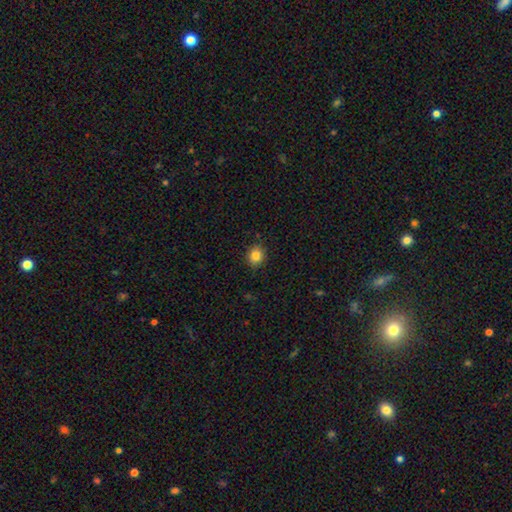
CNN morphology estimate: Smooth or featured: smooth — 84% (star or artifact — 11%)
How rounded: round — 76% (in between — 23%)
Merging: none — 90% (minor disturbance — 7%)